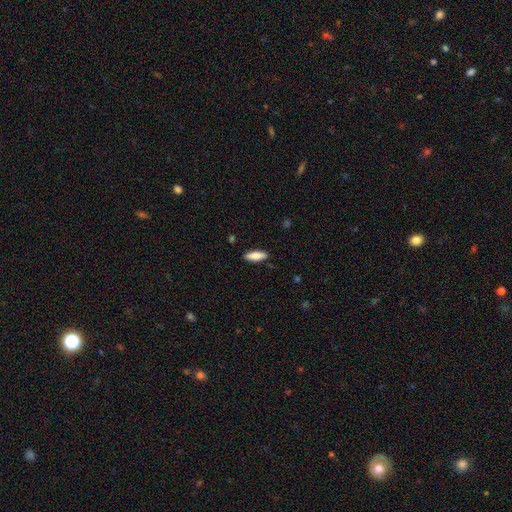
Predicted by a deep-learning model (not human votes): smooth 83%, featured or disk 12%, star or artifact 6%. Down the decision tree: how rounded — in between (54%); merging — none (88%).